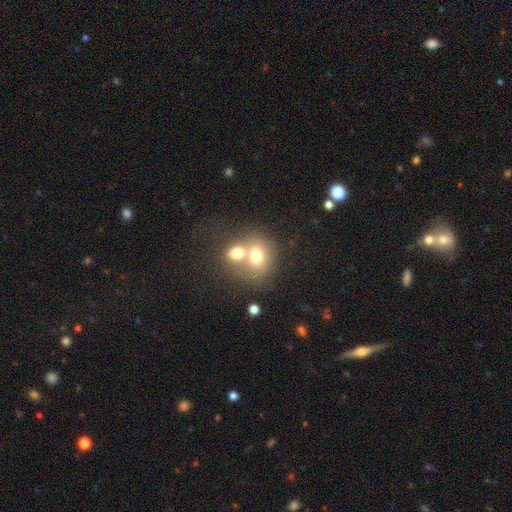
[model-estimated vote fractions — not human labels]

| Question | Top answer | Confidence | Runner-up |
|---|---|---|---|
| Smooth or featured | smooth | 70% | featured or disk (19%) |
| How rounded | round | 58% | in between (41%) |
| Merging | merger | 64% | none (26%) |